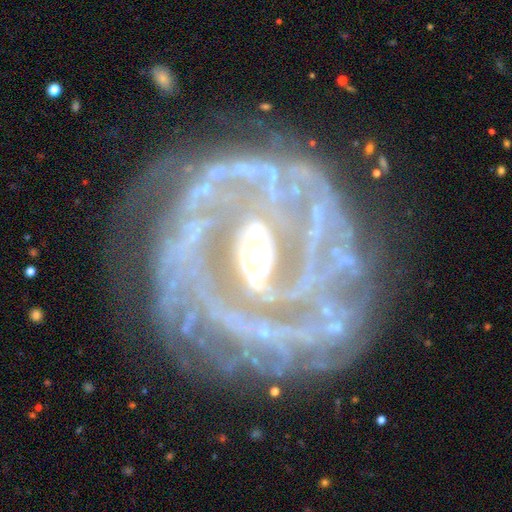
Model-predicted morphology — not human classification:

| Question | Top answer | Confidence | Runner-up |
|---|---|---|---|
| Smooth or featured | featured or disk | 85% | star or artifact (9%) |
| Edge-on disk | no | 93% | yes (7%) |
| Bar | strong | 55% | weak (28%) |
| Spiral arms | yes | 83% | no (17%) |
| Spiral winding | tight | 71% | medium (22%) |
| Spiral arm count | can't tell | 36% | 2 (25%) |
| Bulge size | moderate | 53% | small (37%) |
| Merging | none | 73% | minor disturbance (15%) |